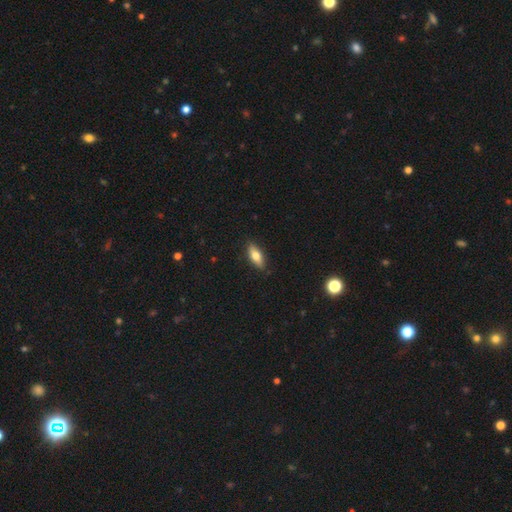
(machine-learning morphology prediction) Smooth or featured? Predicted: smooth (p=0.72). How rounded? Predicted: in between (p=0.74). Merging? Predicted: none (p=0.87).